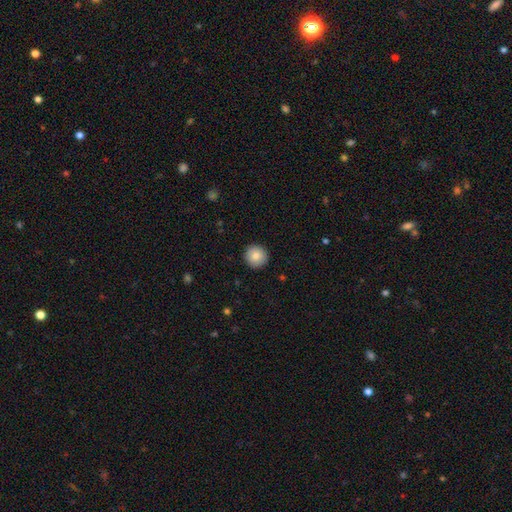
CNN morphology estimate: smooth-or-featured: smooth: 84% | star or artifact: 8% | featured or disk: 8%
  how-rounded: round: 96% | in between: 4% | cigar-shaped: 1%
  merging: none: 92% | minor disturbance: 5% | major disturbance: 2% | merger: 1%